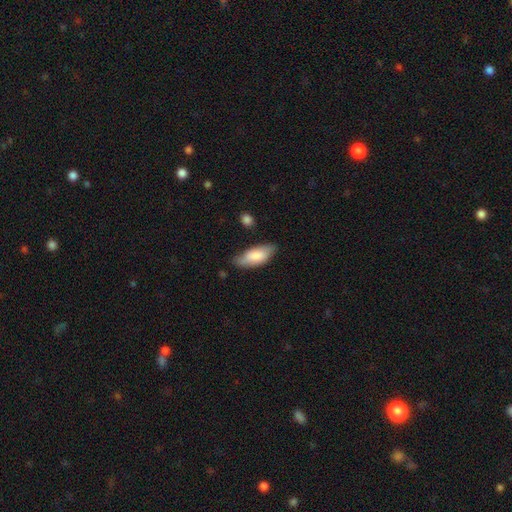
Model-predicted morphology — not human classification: A smooth galaxy with no disk features (80%) that is in between round and cigar-shaped (80%).

Vote fractions:
- Smooth or featured? smooth: 80% / featured or disk: 15% / star or artifact: 6%
- How rounded? in between: 80% / cigar-shaped: 18% / round: 2%
- Merging? none: 70% / minor disturbance: 23% / major disturbance: 4% / merger: 2%